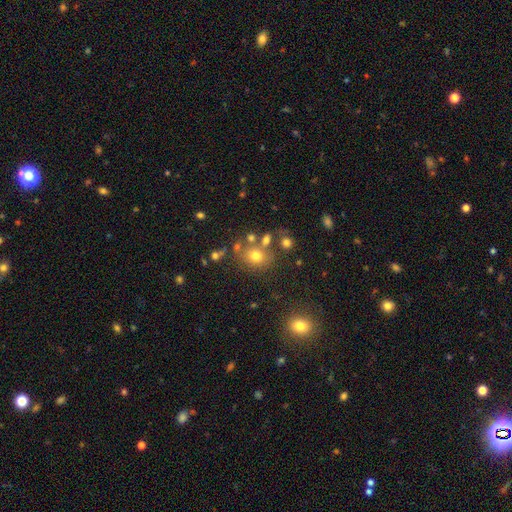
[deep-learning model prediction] smooth-or-featured: smooth: 70% | star or artifact: 17% | featured or disk: 13%
  how-rounded: round: 69% | in between: 30% | cigar-shaped: 1%
  merging: none: 65% | merger: 16% | minor disturbance: 13% | major disturbance: 6%